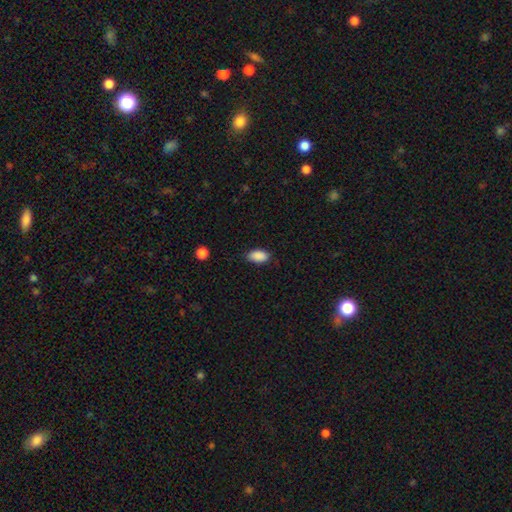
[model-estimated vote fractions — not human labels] Morphology: type=smooth (89%); roundness=in between (93%); merging=none (82%).